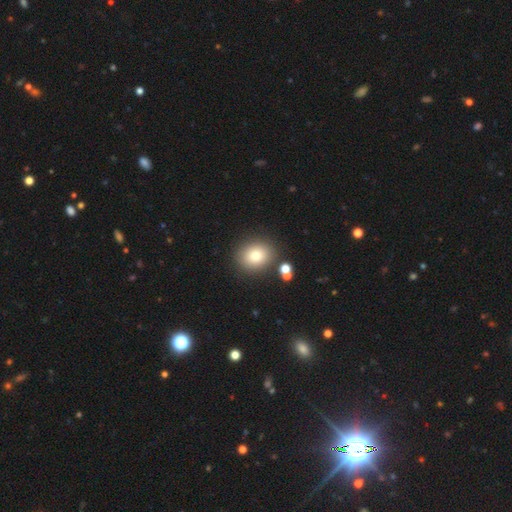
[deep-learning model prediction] Smooth or featured? Predicted: smooth (p=0.78). How rounded? Predicted: round (p=0.69). Merging? Predicted: none (p=0.83).